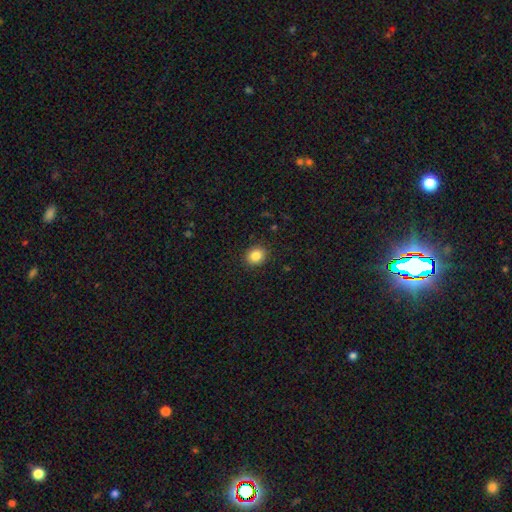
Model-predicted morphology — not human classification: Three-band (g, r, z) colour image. It shows a smooth galaxy with no disk features (86%) that is round (65%). Merging: none (90%).